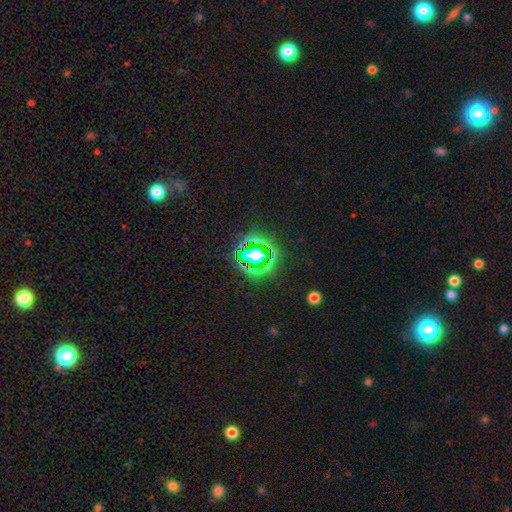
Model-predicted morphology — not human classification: This appears to be a star or artifact, not a galaxy (79%).